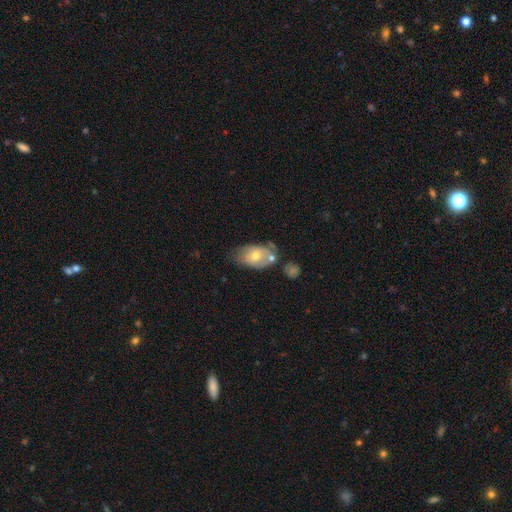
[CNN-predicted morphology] Overall: smooth (57%; featured or disk 36%). How rounded: in between (88%). Merging: none (41%; minor disturbance 27%).